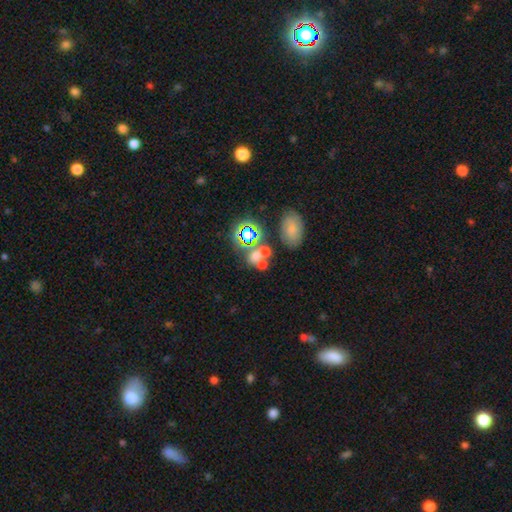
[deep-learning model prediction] Morphology: type=smooth (54%); roundness=round (58%); merging=merger (43%).